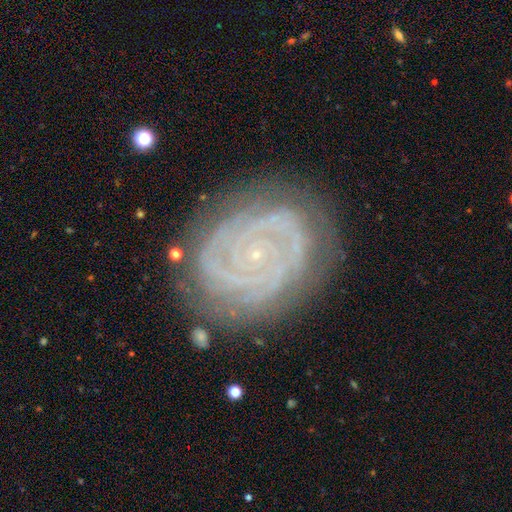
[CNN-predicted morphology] Smooth or featured? Predicted: featured or disk (p=0.88). Edge-on disk? Predicted: no (p=0.97). Bar? Predicted: no (p=0.79). Spiral arms? Predicted: yes (p=0.97). Spiral winding? Predicted: tight (p=0.81). Spiral arm count? Predicted: 2 (p=0.36). Bulge size? Predicted: small (p=0.91). Merging? Predicted: none (p=0.78).